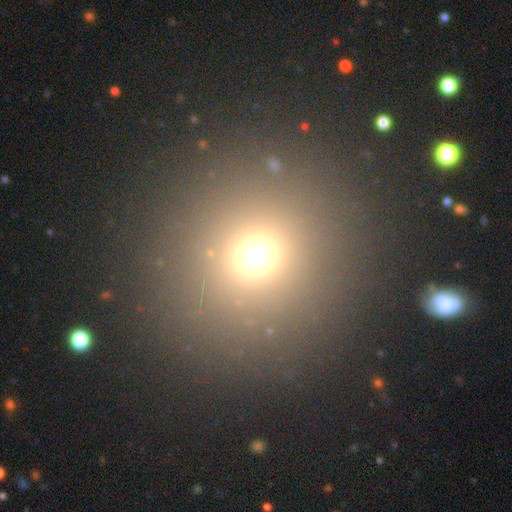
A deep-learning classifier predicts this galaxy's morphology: smooth 65%, star or artifact 27%, featured or disk 8%. Down the decision tree: how rounded — round (90%); merging — none (87%).